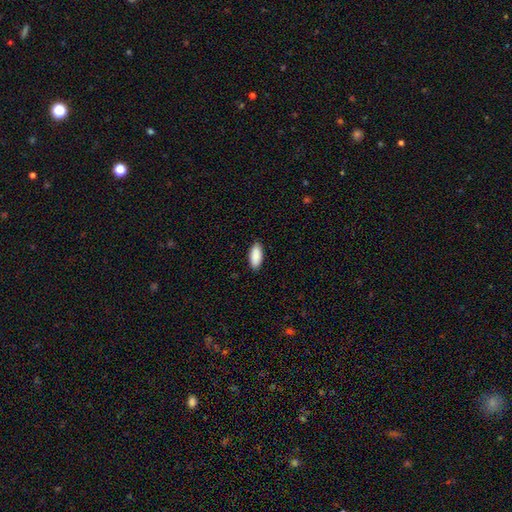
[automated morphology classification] Smooth or featured? Predicted: smooth (p=0.91). How rounded? Predicted: in between (p=0.87). Merging? Predicted: none (p=0.89).